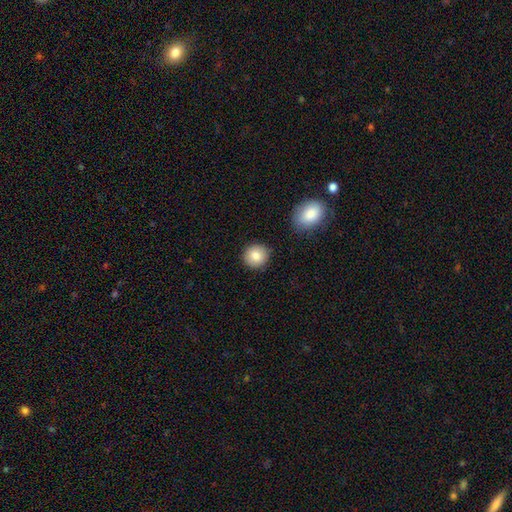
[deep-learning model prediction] The model was most divided on "smooth or featured": smooth: 84%, star or artifact: 9%, featured or disk: 8%. More confident: how rounded — round (91%); merging — none (88%).